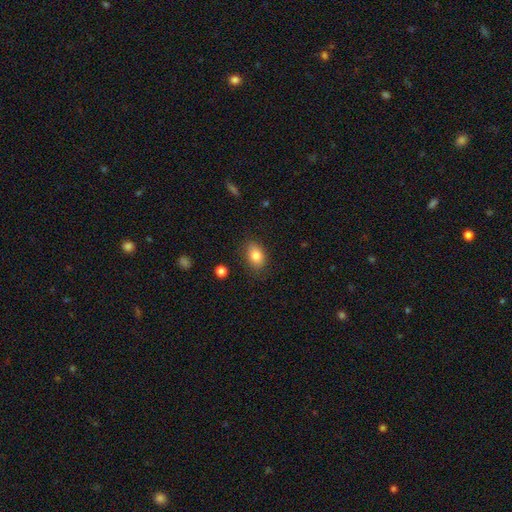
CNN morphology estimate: smooth 82%, featured or disk 9%, star or artifact 9%. Down the decision tree: how rounded — in between (83%); merging — none (81%).